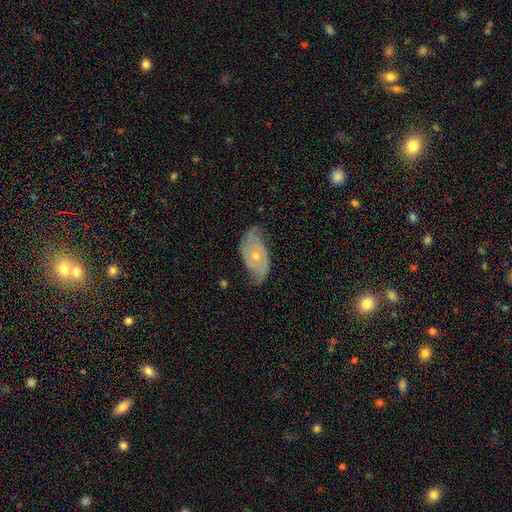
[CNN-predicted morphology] This appears to be a featured or disk galaxy (78%) with no bar (80%), 2 (74%) tight (39%, tied with medium) spiral arms (91%) and a small central bulge (57%). Merging: none (66%).